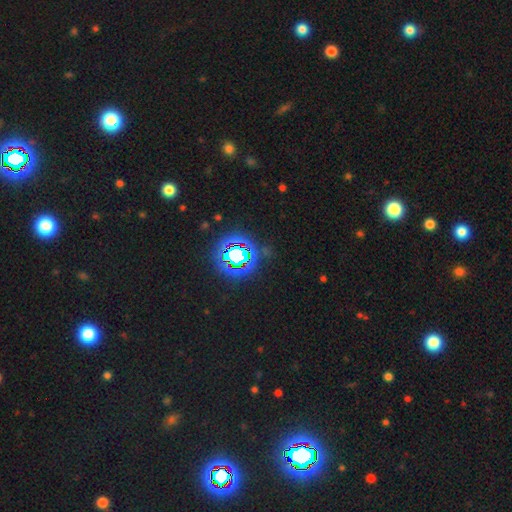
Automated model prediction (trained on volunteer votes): Smooth or featured? star or artifact (82%)